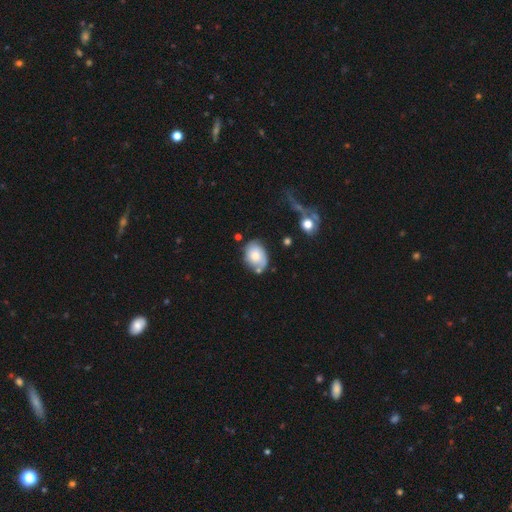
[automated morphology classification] Smooth or featured?
  - smooth: 66% *
  - featured or disk: 26%
  - star or artifact: 8%
How rounded?
  - in between: 74% *
  - round: 25%
  - cigar-shaped: 1%
Merging?
  - none: 61% *
  - minor disturbance: 24%
  - merger: 9%
  - major disturbance: 6%